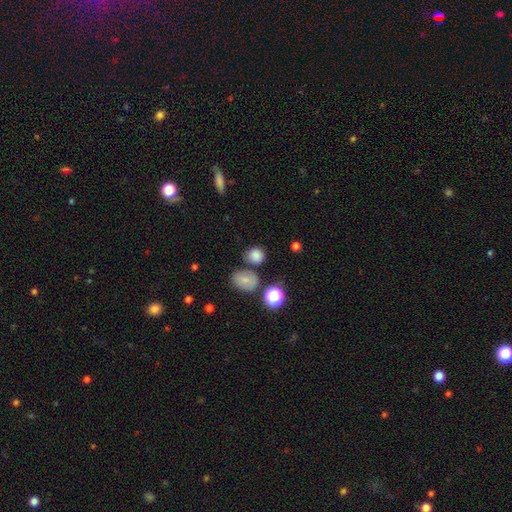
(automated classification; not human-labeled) Smooth or featured? Predicted: smooth (p=0.81). How rounded? Predicted: round (p=0.74). Merging? Predicted: none (p=0.67).